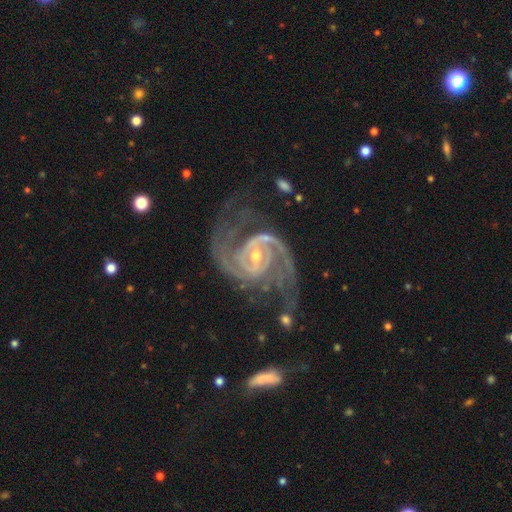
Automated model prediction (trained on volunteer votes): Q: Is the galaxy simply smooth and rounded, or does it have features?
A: featured or disk — 94%.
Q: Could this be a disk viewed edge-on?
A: no — 98%.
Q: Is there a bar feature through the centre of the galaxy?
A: weak — 44%.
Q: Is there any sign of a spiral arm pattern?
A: yes — 99%.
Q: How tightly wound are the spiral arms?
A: medium — 52%.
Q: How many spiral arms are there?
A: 2 — 80%.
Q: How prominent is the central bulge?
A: small — 51%.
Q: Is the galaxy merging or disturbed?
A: none — 59%.